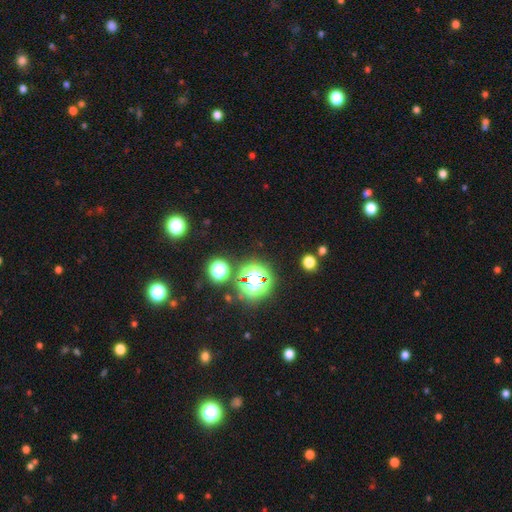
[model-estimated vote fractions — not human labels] The model was most divided on "smooth or featured": star or artifact: 78%, smooth: 16%, featured or disk: 6%.